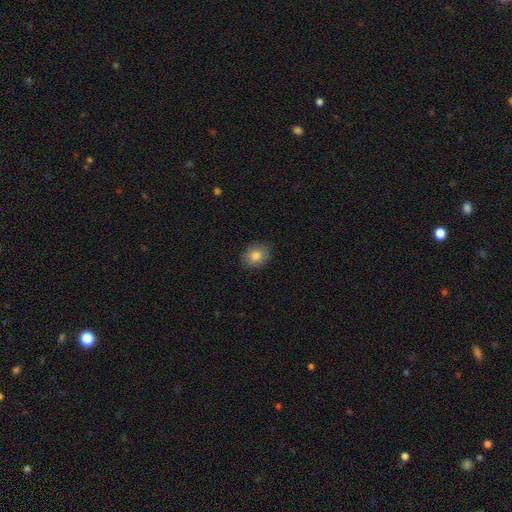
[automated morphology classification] A smooth galaxy with no disk features (81%) that is round (57%). Merging: none (88%).